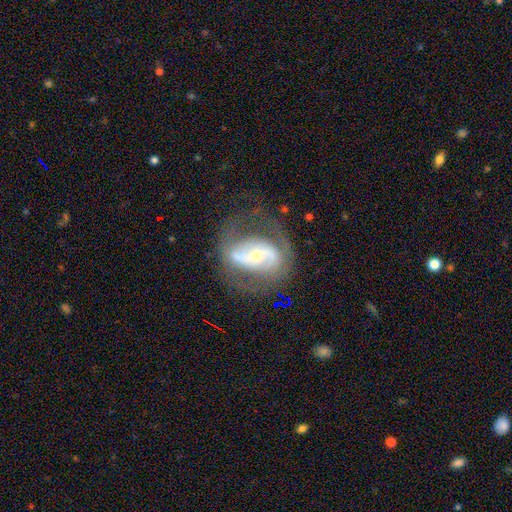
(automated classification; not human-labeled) Smooth or featured?
  - featured or disk: 79% *
  - smooth: 14%
  - star or artifact: 7%
Edge-on disk?
  - no: 95% *
  - yes: 5%
Bar?
  - strong: 34% * (tied)
  - no: 34% * (tied)
  - weak: 31%
Spiral arms?
  - yes: 83% *
  - no: 17%
Spiral winding?
  - medium: 46% *
  - loose: 30%
  - tight: 24%
Spiral arm count?
  - 2: 77% *
  - can't tell: 12%
  - 1: 5%
  - 3: 3%
  - 4: 1%
  - more than 4: 1%
Bulge size?
  - small: 59% *
  - moderate: 31%
  - large: 5%
  - none: 2%
  - dominant: 2%
Merging?
  - none: 57% *
  - major disturbance: 21%
  - minor disturbance: 19%
  - merger: 2%